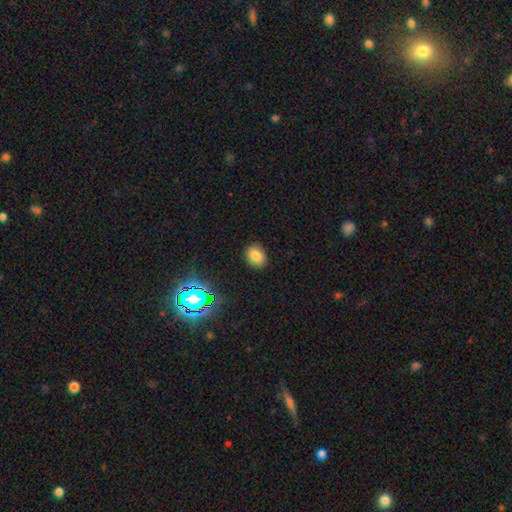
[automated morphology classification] Q: Smooth or featured?
A: smooth (79%); runner-up: star or artifact (14%)
Q: How rounded?
A: in between (51%); runner-up: round (48%)
Q: Merging?
A: none (88%); runner-up: minor disturbance (8%)